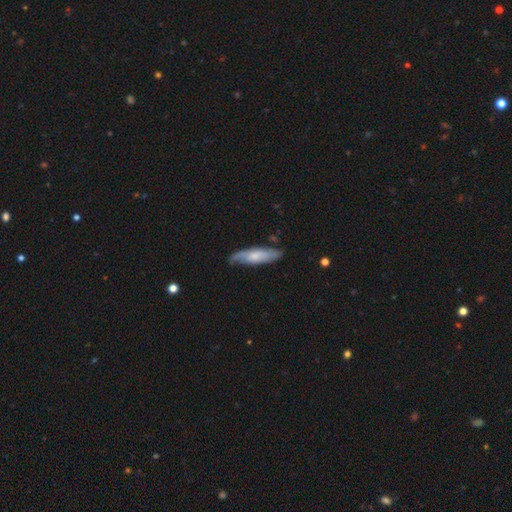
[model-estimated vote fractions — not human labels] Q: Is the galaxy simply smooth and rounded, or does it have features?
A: featured or disk — 47%, tied with smooth.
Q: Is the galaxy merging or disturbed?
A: none — 70%.